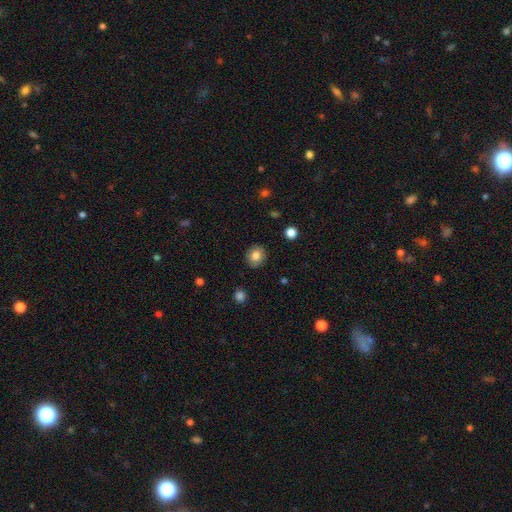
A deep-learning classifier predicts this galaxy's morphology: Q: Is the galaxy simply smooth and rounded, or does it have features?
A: smooth — 80%.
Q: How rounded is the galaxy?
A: round — 77%.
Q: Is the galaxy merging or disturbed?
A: none — 87%.